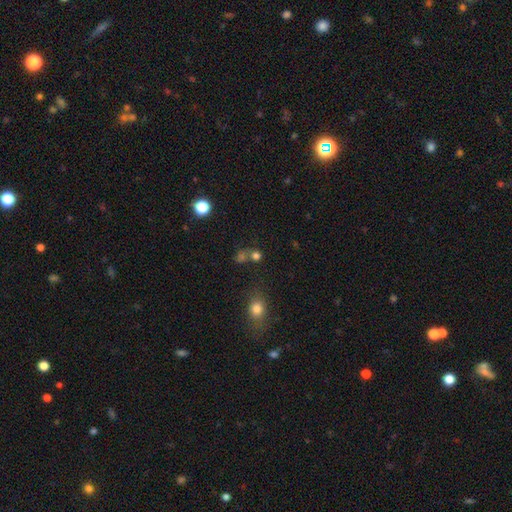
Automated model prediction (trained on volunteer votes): Smooth or featured? smooth (69%)
How rounded? round (80%)
Merging? none (53%)